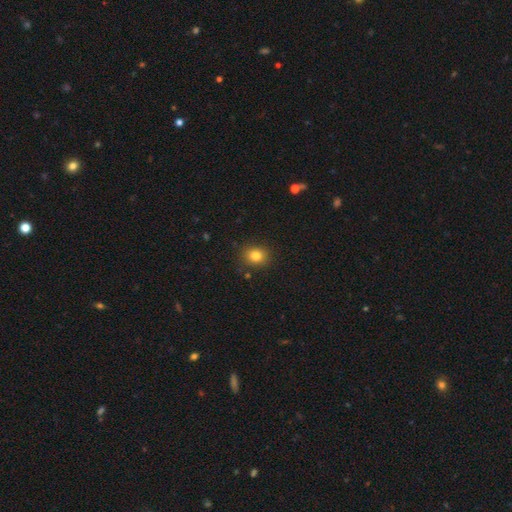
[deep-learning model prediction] This is clearly a smooth galaxy (82%). How rounded: likely round (67%). Merging: clearly none (87%).